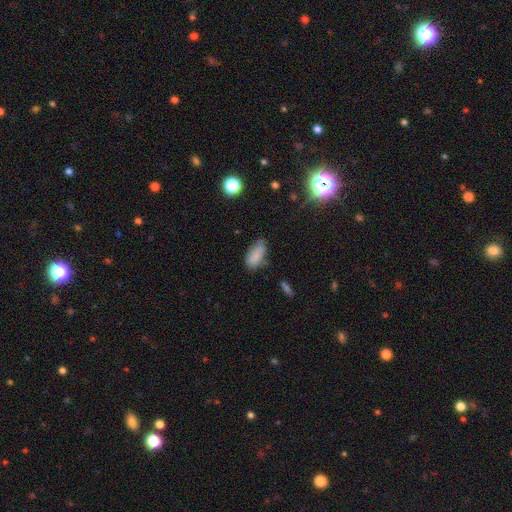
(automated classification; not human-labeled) smooth_or_featured: smooth (p=0.82) [alt: star or artifact p=0.09]
how_rounded: in between (p=0.90) [alt: cigar-shaped p=0.06]
merging: none (p=0.58) [alt: minor disturbance p=0.32]